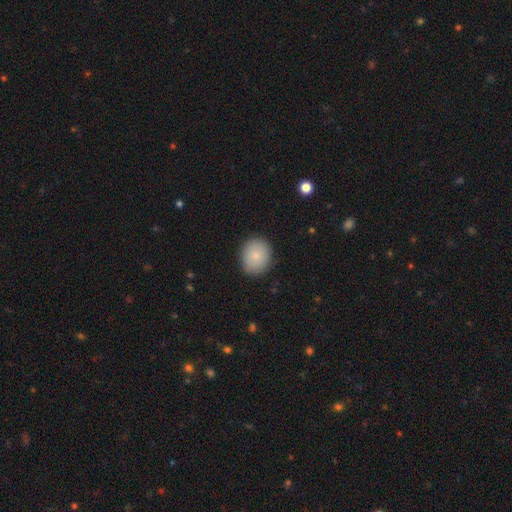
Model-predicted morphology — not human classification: This is clearly a smooth galaxy (84%). How rounded: possibly round (56%). Merging: clearly none (85%).